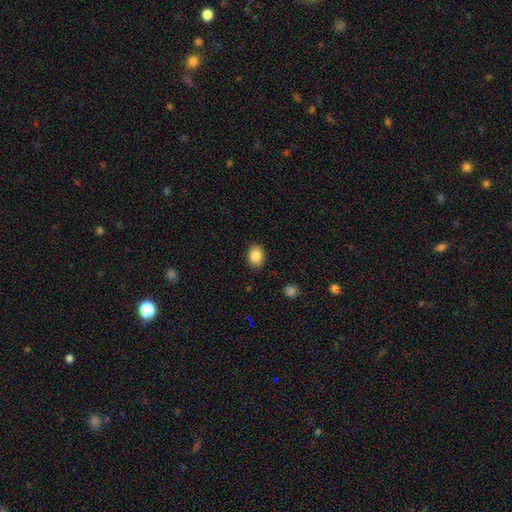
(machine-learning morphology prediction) The model was most divided on "how rounded": in between: 56%, round: 43%, cigar-shaped: 1%. More confident: merging — none (89%); smooth or featured — smooth (86%).